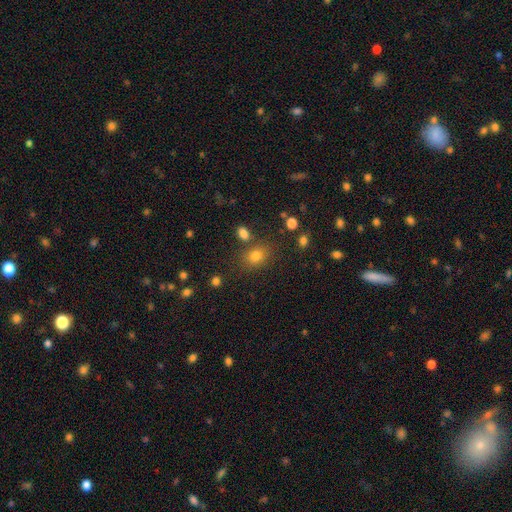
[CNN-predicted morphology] This is likely a smooth galaxy (77%). How rounded: possibly in between (52%). Merging: likely none (74%).